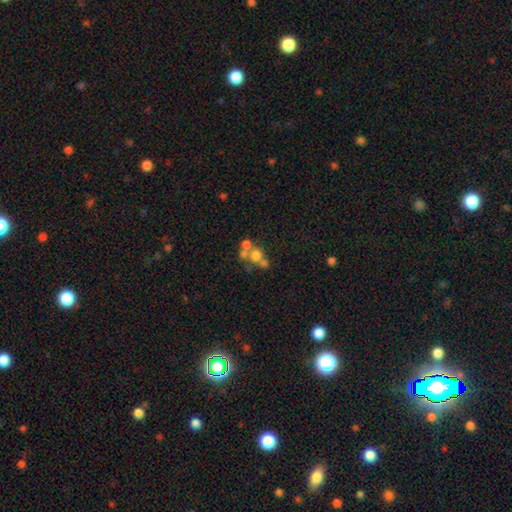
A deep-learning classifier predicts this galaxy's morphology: A smooth galaxy with no disk features (57%) that is round (77%). Merging: merger (52%).